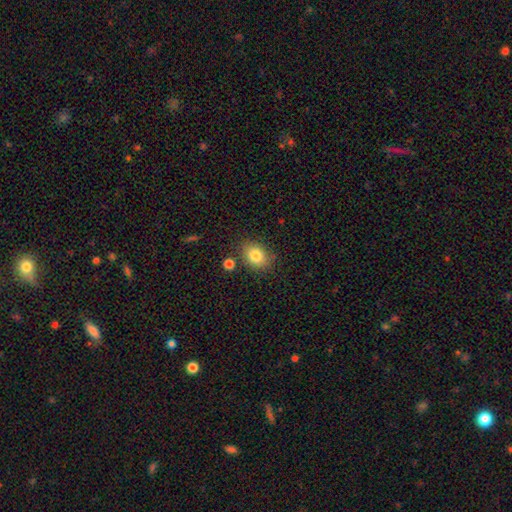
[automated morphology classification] type=smooth (82%); roundness=in between (56%); merging=none (76%).